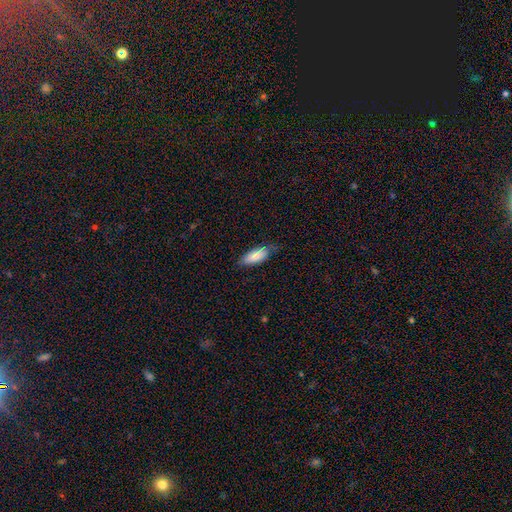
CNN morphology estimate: A smooth galaxy with no disk features (83%) that is in between round and cigar-shaped (75%).

Vote fractions:
- Smooth or featured? smooth: 83% / featured or disk: 12% / star or artifact: 6%
- How rounded? in between: 75% / cigar-shaped: 24% / round: 2%
- Merging? none: 68% / minor disturbance: 26% / major disturbance: 5% / merger: 1%